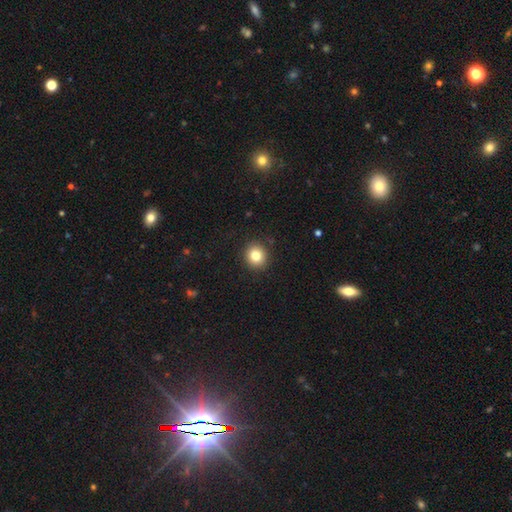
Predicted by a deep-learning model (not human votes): smooth 81%, star or artifact 11%, featured or disk 8%. Down the decision tree: how rounded — round (88%); merging — none (91%).